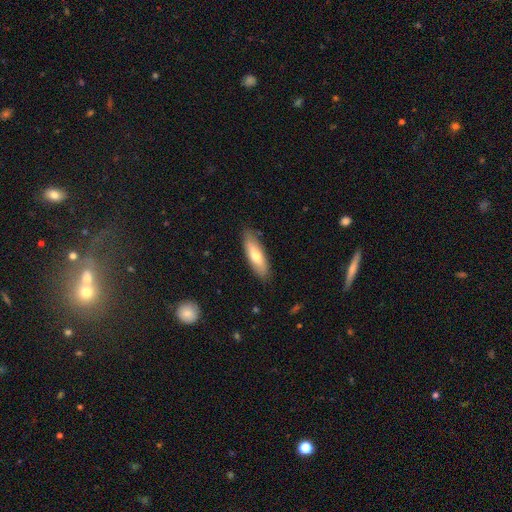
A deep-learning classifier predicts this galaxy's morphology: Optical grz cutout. It shows a smooth galaxy with no disk features (67%) that is cigar-shaped (50%). Merging: none (84%).